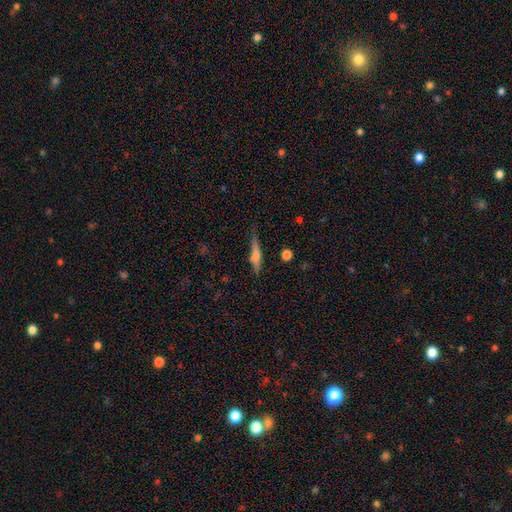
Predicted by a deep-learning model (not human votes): Smooth or featured: smooth — 57% (featured or disk — 35%)
How rounded: cigar-shaped — 86% (in between — 12%)
Merging: none — 69% (minor disturbance — 21%)